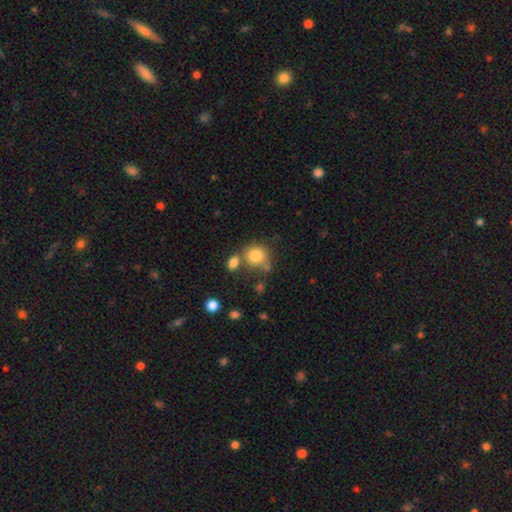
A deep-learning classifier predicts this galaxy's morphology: Smooth or featured: smooth — 81% (star or artifact — 10%)
How rounded: round — 76% (in between — 23%)
Merging: none — 54% (merger — 26%)